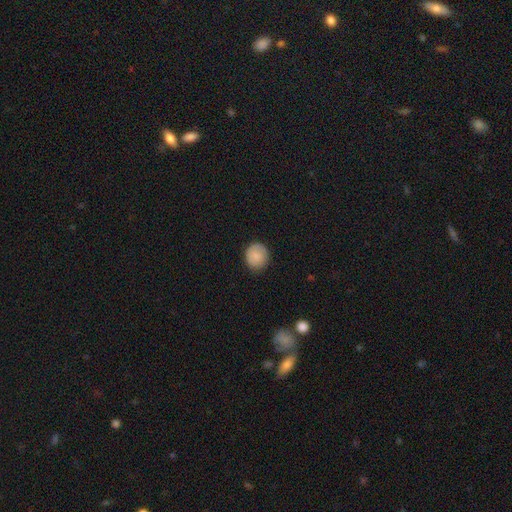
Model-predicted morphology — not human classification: smooth-or-featured: smooth: 83% | featured or disk: 9% | star or artifact: 7%
  how-rounded: round: 83% | in between: 16% | cigar-shaped: 1%
  merging: none: 84% | minor disturbance: 13% | major disturbance: 3% | merger: 1%